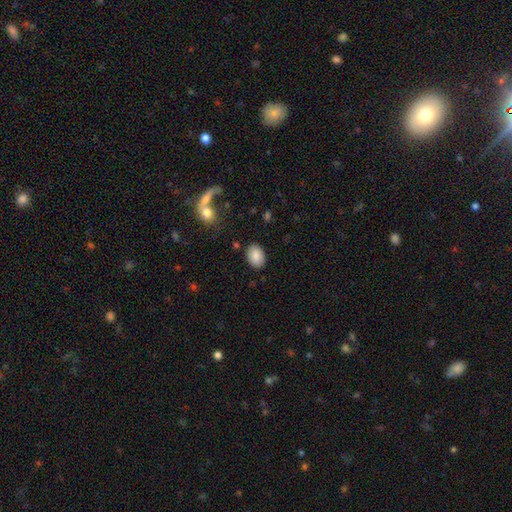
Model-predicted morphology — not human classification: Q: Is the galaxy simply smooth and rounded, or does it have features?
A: smooth — 86%.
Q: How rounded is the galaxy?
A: in between — 81%.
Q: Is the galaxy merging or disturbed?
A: none — 86%.